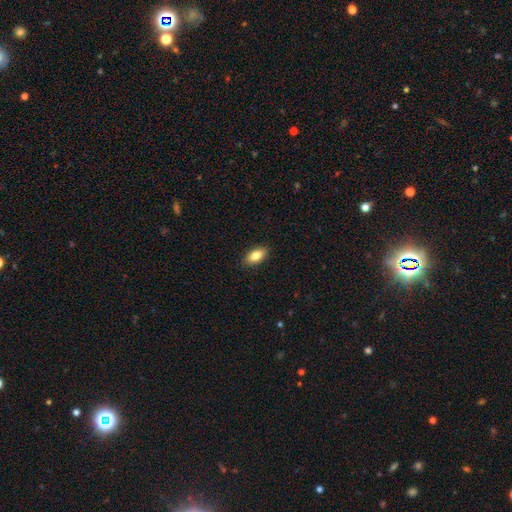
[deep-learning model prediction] This appears to be a smooth galaxy with no disk features (83%) that is in between round and cigar-shaped (89%). Merging: none (89%).